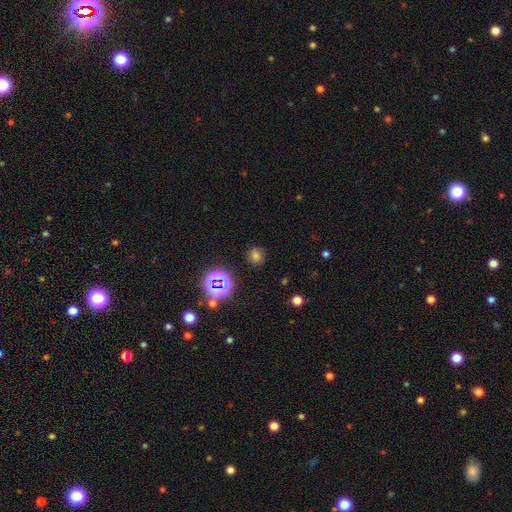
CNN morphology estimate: type=smooth (65%); roundness=round (85%); merging=none (88%).